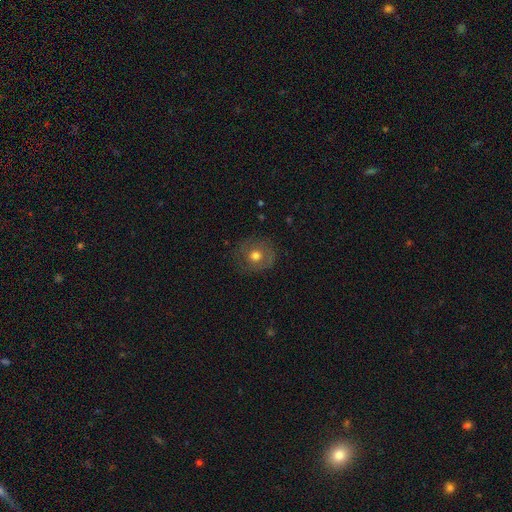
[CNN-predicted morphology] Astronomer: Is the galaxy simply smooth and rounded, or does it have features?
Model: smooth — 56% (runner-up: featured or disk, 34%).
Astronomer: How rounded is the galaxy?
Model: round — 86%.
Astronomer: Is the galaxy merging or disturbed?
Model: none — 79%.